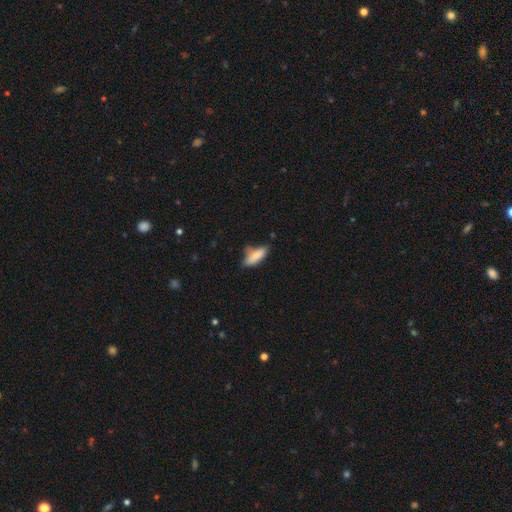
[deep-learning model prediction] A smooth galaxy with no disk features (77%) that is in between round and cigar-shaped (70%).

Vote fractions:
- Smooth or featured? smooth: 77% / featured or disk: 15% / star or artifact: 7%
- How rounded? in between: 70% / cigar-shaped: 28% / round: 2%
- Merging? none: 52% / minor disturbance: 32% / major disturbance: 9% / merger: 7%